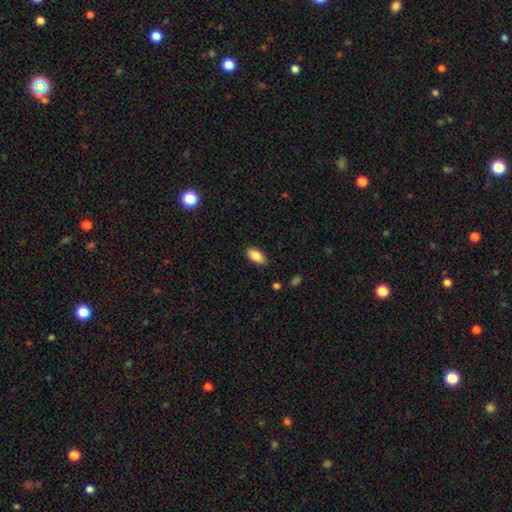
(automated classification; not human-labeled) Smooth or featured: smooth — 87% (star or artifact — 7%)
How rounded: in between — 93% (cigar-shaped — 4%)
Merging: none — 87% (minor disturbance — 9%)